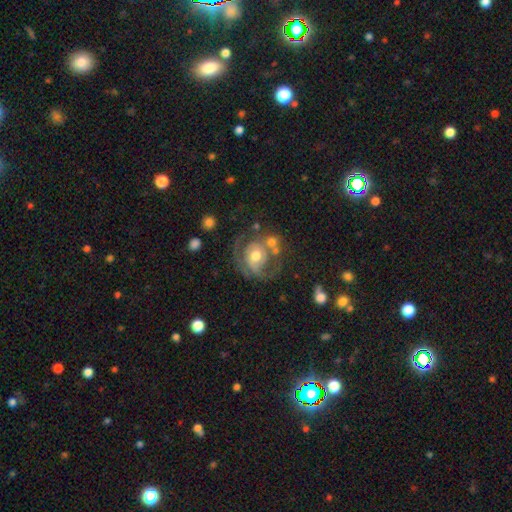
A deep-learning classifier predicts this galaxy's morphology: Smooth or featured?
  - featured or disk: 66% *
  - smooth: 27%
  - star or artifact: 7%
Edge-on disk?
  - no: 97% *
  - yes: 3%
Bar?
  - no: 75% *
  - weak: 20%
  - strong: 5%
Spiral arms?
  - yes: 66% *
  - no: 34%
Bulge size?
  - moderate: 71% *
  - small: 15%
  - large: 12%
  - none: 2%
  - dominant: 1%
Merging?
  - none: 44% *
  - major disturbance: 21%
  - minor disturbance: 20%
  - merger: 15%